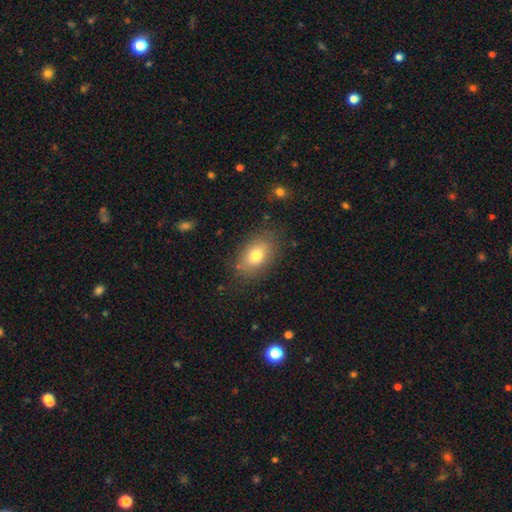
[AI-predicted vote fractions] Smooth or featured: smooth — 76% (featured or disk — 15%)
How rounded: in between — 83% (round — 15%)
Merging: none — 81% (minor disturbance — 13%)